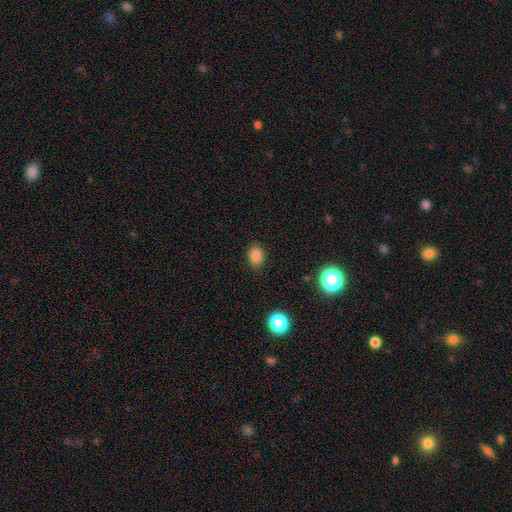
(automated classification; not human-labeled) The model was most divided on "how rounded": in between: 61%, round: 38%, cigar-shaped: 1%. More confident: merging — none (84%); smooth or featured — smooth (82%).